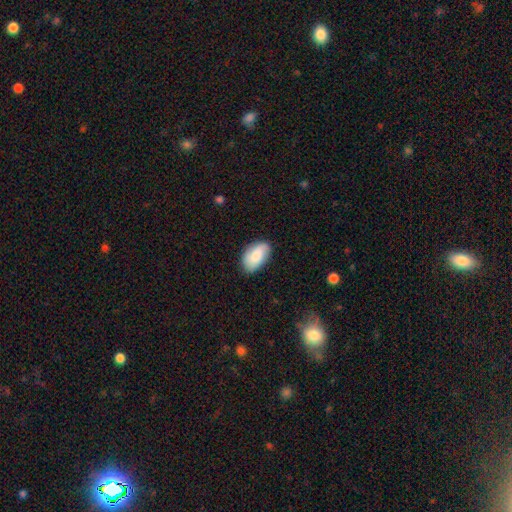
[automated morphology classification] Overall: smooth (79%). How rounded: in between (94%). Merging: none (80%).